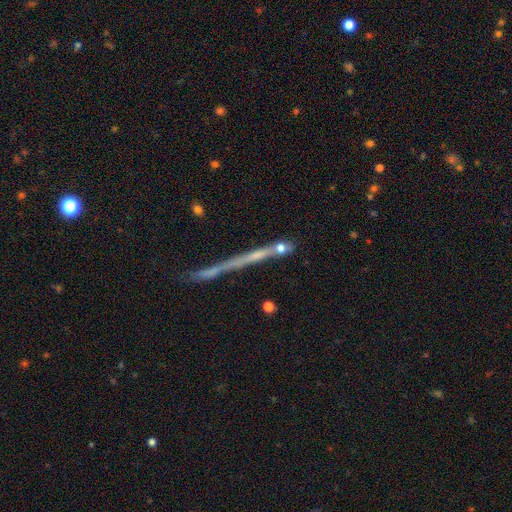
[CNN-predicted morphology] Overall: featured or disk (54%; smooth 28%). Edge-on disk: yes (94%). Edge-on bulge: none (80%). Merging: none (77%).